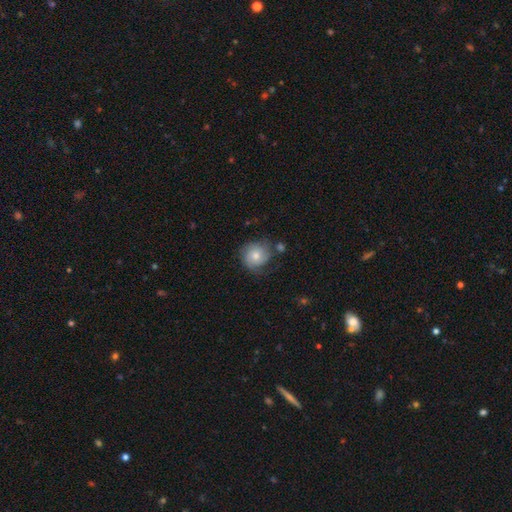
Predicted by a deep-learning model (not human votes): Morphology: type=smooth (61%); roundness=round (88%); merging=none (59%).